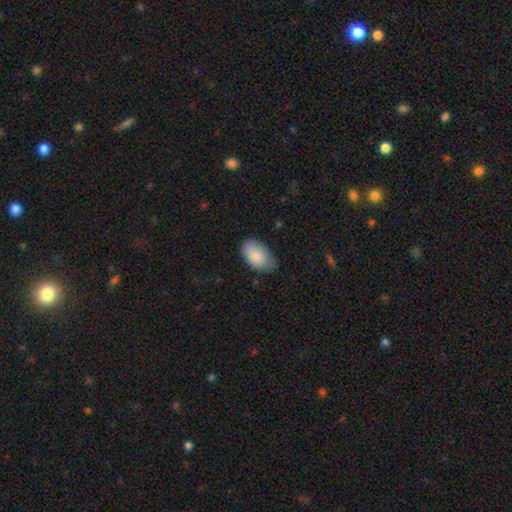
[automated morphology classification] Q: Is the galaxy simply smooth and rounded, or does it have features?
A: smooth — 87%.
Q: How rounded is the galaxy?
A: in between — 94%.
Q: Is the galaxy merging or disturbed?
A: none — 67%.